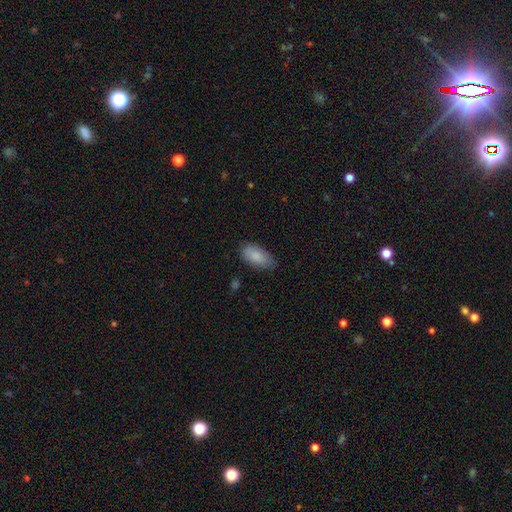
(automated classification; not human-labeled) This appears to be a smooth galaxy with no disk features (86%) that is in between round and cigar-shaped (92%). Merging: none (77%).